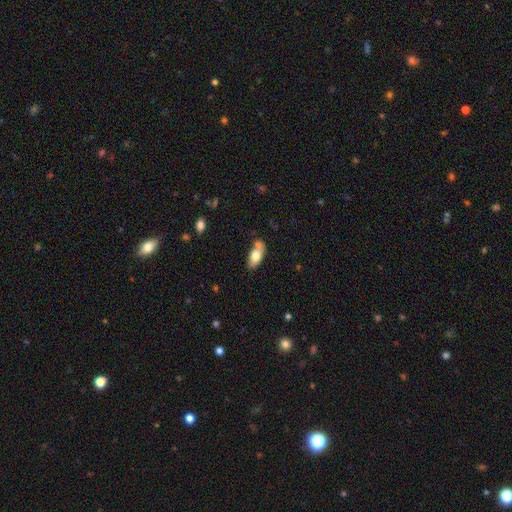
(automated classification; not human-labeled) smooth-or-featured: smooth: 71% | featured or disk: 22% | star or artifact: 7%
  how-rounded: in between: 86% | cigar-shaped: 10% | round: 4%
  merging: none: 51% | merger: 25% | minor disturbance: 19% | major disturbance: 5%